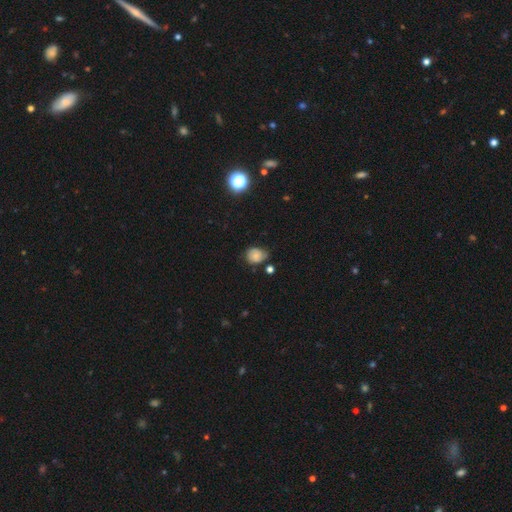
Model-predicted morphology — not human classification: smooth 70%, featured or disk 18%, star or artifact 12%. Down the decision tree: how rounded — round (53%); merging — none (52%).